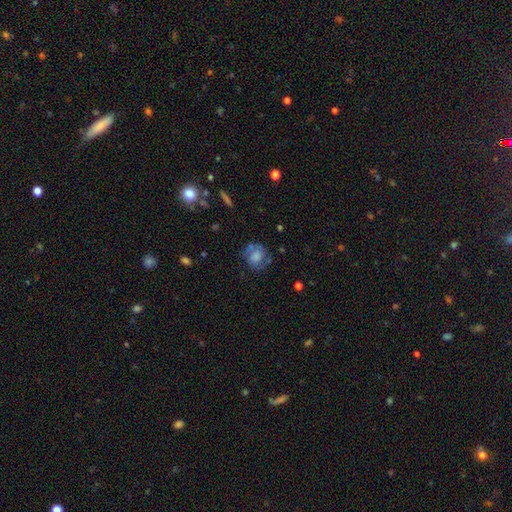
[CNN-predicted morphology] Smooth or featured? smooth (55%)
How rounded? round (71%)
Merging? none (56%)